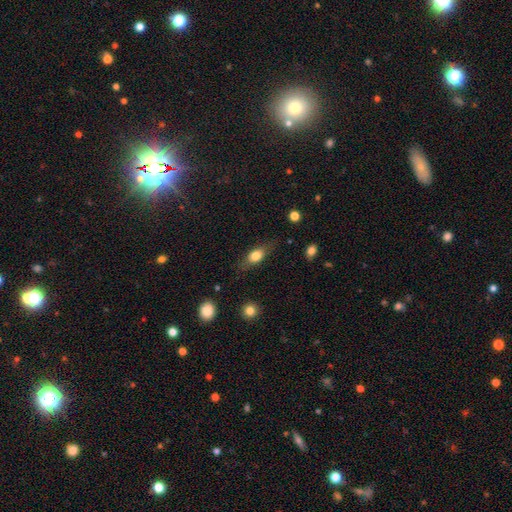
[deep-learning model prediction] Q: Smooth or featured?
A: smooth (69%); runner-up: featured or disk (24%)
Q: How rounded?
A: in between (73%); runner-up: cigar-shaped (20%)
Q: Merging?
A: none (74%); runner-up: minor disturbance (18%)